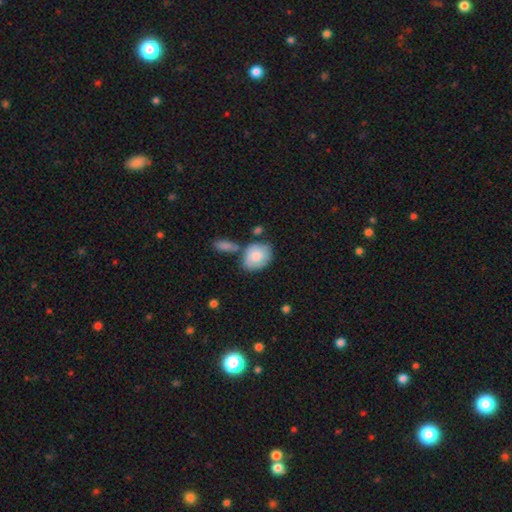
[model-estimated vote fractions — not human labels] The model was most divided on "how rounded": in between: 59%, round: 39%, cigar-shaped: 1%. More confident: smooth or featured — smooth (77%); merging — none (53%).